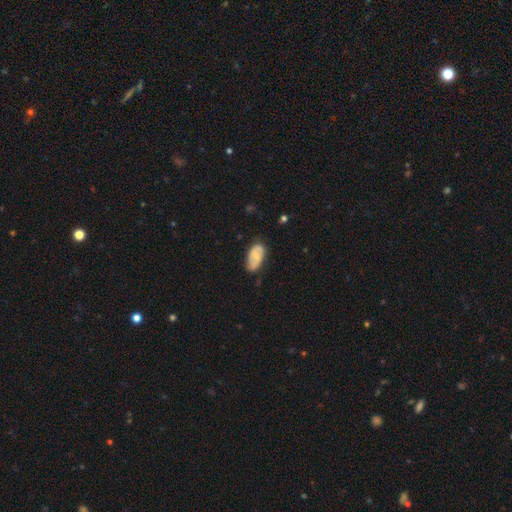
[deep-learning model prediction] Q: Smooth or featured?
A: smooth (49%); runner-up: featured or disk (44%)
Q: Merging?
A: none (65%); runner-up: minor disturbance (27%)